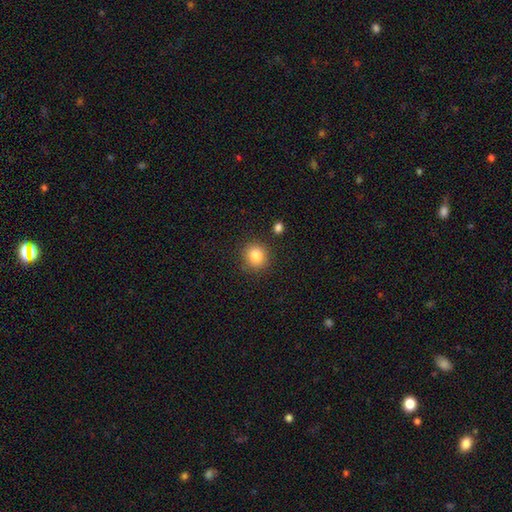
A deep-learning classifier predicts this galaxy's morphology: The model was most divided on "how rounded": round: 85%, in between: 14%, cigar-shaped: 1%. More confident: merging — none (86%); smooth or featured — smooth (84%).